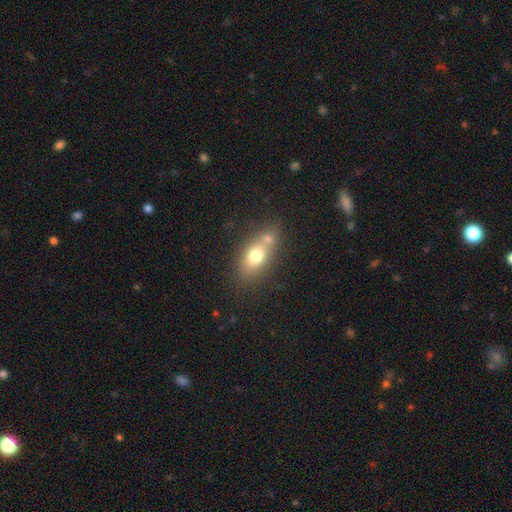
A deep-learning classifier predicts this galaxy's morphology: This is likely a smooth galaxy (70%). How rounded: likely in between (77%). Merging: marginally none (44%).